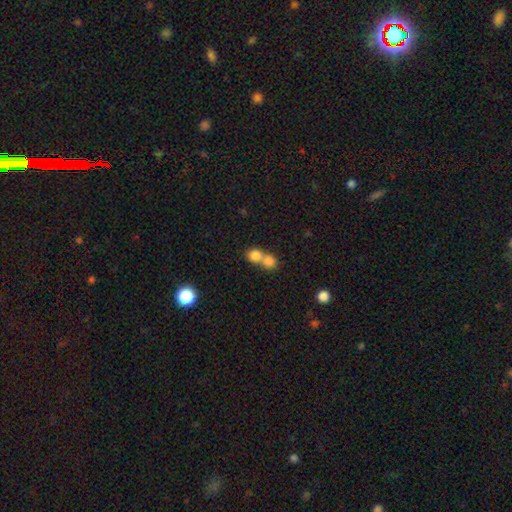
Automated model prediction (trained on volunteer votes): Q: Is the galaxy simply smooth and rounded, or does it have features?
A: smooth — 79%.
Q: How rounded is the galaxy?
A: round — 71%.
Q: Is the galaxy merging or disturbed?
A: merger — 69%.